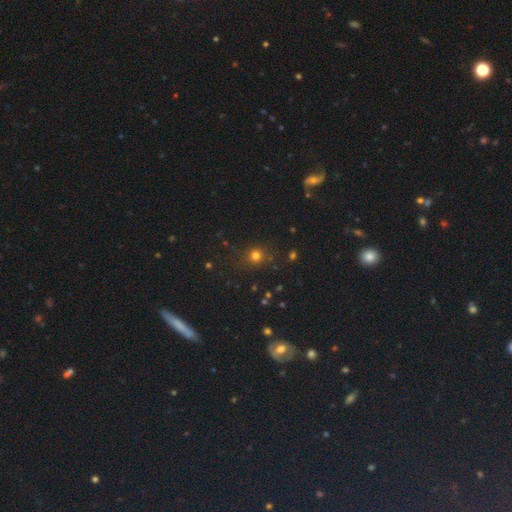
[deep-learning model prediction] smooth-or-featured: smooth: 74% | star or artifact: 20% | featured or disk: 6%
  how-rounded: round: 90% | in between: 9% | cigar-shaped: 1%
  merging: none: 85% | minor disturbance: 9% | major disturbance: 4% | merger: 2%